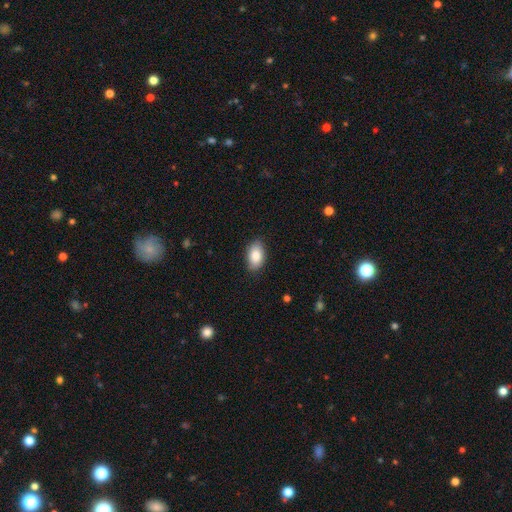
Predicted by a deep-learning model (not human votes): A smooth galaxy with no disk features (86%) that is in between round and cigar-shaped (93%).

Vote fractions:
- Smooth or featured? smooth: 86% / featured or disk: 7% / star or artifact: 7%
- How rounded? in between: 93% / round: 5% / cigar-shaped: 2%
- Merging? none: 86% / minor disturbance: 10% / major disturbance: 2% / merger: 1%